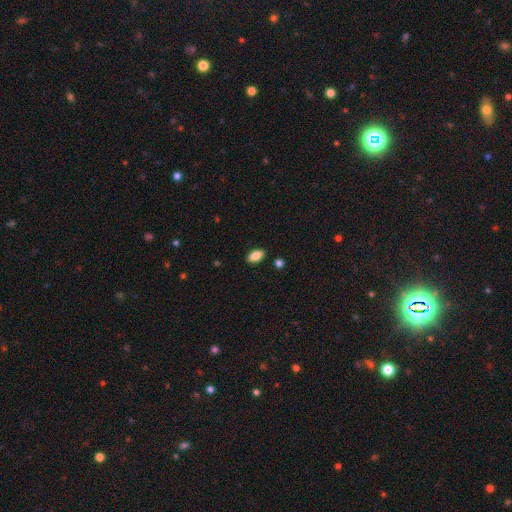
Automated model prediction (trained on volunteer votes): The model was most divided on "smooth or featured": smooth: 85%, star or artifact: 8%, featured or disk: 7%. More confident: how rounded — in between (92%); merging — none (88%).